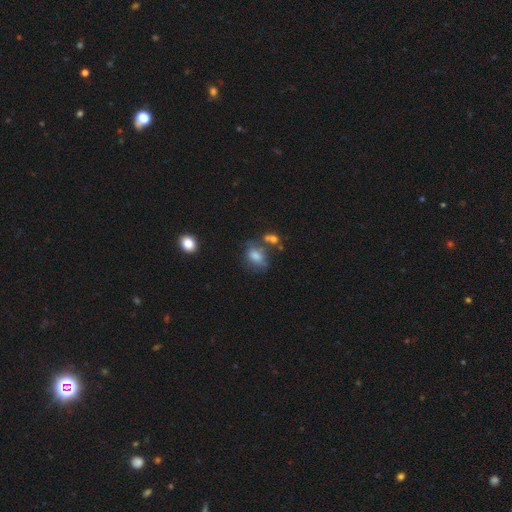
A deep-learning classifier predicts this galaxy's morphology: Smooth or featured: smooth — 67% (featured or disk — 21%)
How rounded: in between — 76% (round — 22%)
Merging: none — 47% (minor disturbance — 23%)